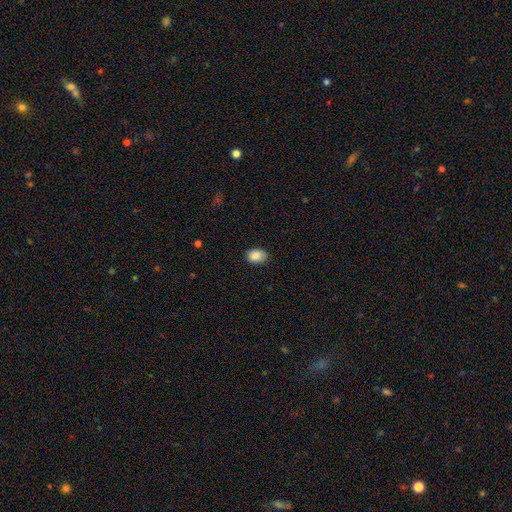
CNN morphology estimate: type=smooth (87%); roundness=in between (74%); merging=none (81%).